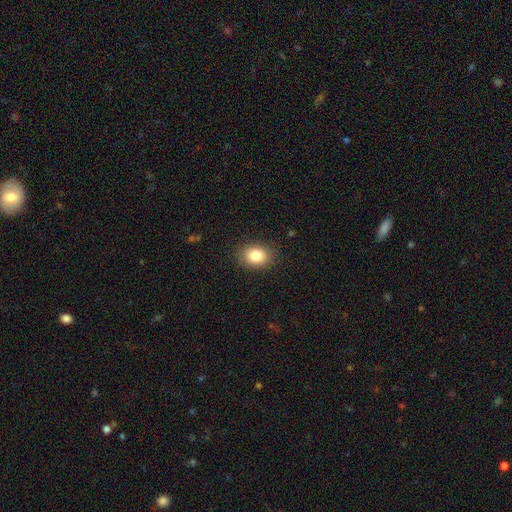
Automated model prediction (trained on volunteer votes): Smooth or featured: smooth — 84% (star or artifact — 9%)
How rounded: in between — 62% (round — 37%)
Merging: none — 87% (minor disturbance — 10%)